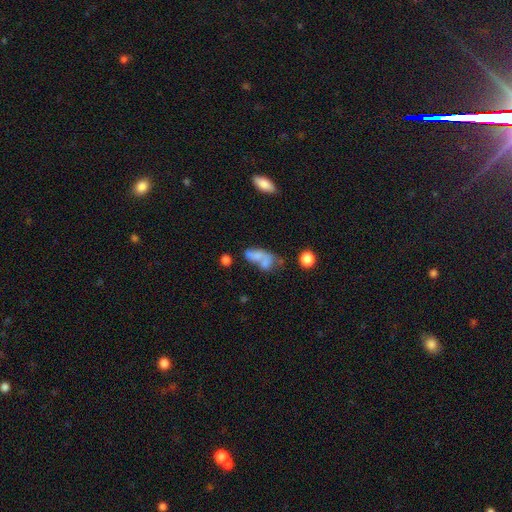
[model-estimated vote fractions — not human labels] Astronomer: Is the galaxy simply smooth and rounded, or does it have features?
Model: smooth — 45% (runner-up: featured or disk, 36%).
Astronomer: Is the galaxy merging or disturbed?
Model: none — 36% (runner-up: merger, 29%).